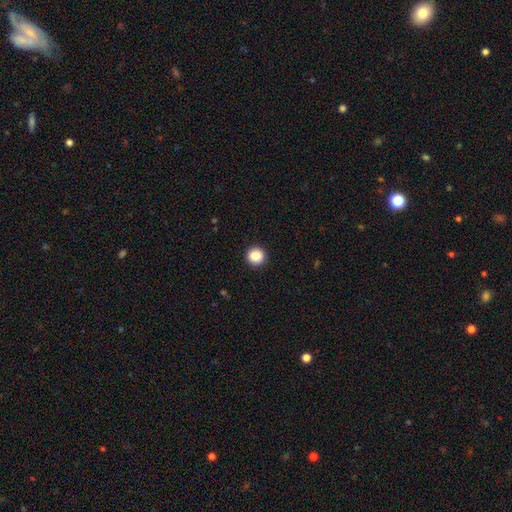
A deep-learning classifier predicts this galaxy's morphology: Overall: smooth (87%). How rounded: round (94%). Merging: none (93%).